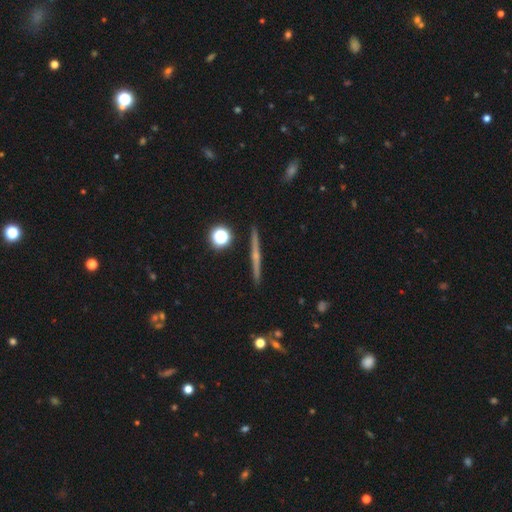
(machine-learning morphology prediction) Smooth or featured? featured or disk (73%)
Edge-on disk? yes (98%)
Edge-on bulge? rounded (70%)
Merging? none (92%)